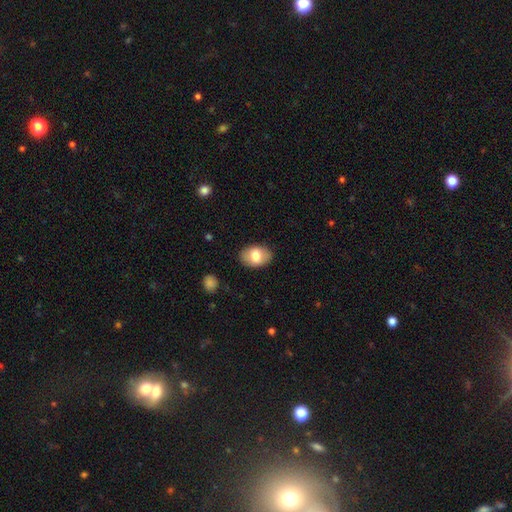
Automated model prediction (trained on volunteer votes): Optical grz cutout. It shows a smooth galaxy with no disk features (75%) that is in between round and cigar-shaped (83%). Merging: none (86%).